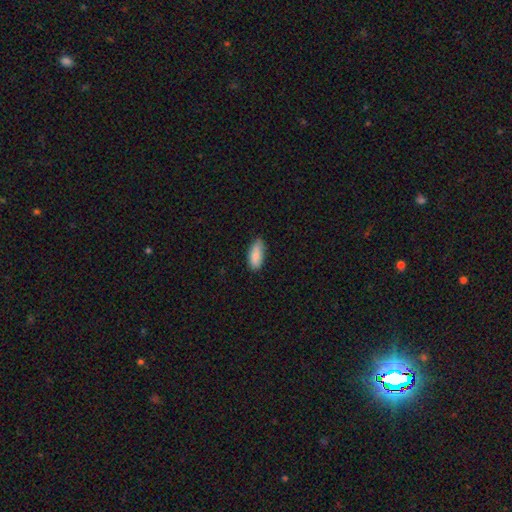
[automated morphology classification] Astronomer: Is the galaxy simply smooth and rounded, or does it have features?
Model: smooth — 85%.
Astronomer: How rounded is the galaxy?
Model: in between — 85%.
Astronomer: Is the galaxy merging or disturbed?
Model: none — 77%.